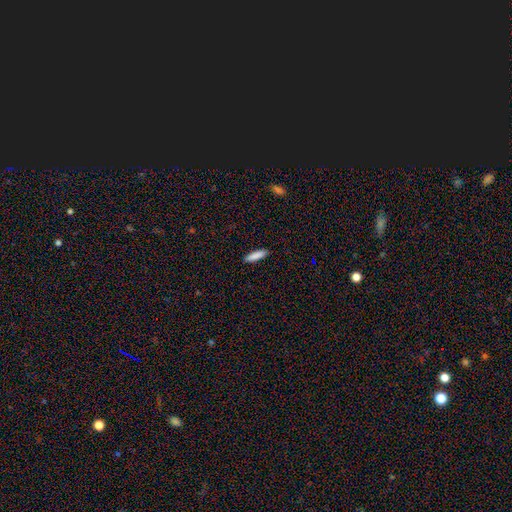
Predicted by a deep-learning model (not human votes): smooth 87%, featured or disk 7%, star or artifact 6%. Down the decision tree: how rounded — cigar-shaped (74%); merging — none (91%).